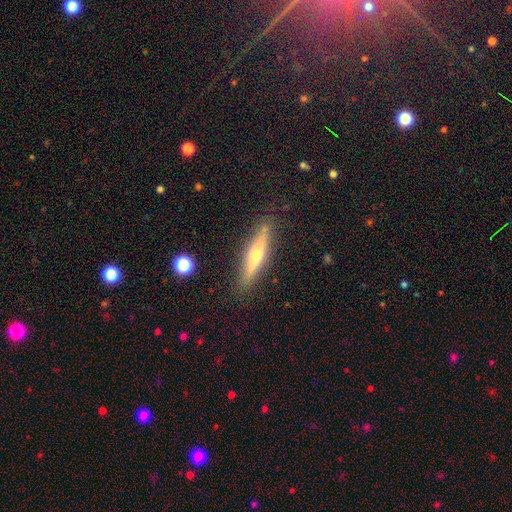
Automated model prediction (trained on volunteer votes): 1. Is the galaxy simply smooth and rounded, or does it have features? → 63% featured or disk, 30% smooth, 7% star or artifact.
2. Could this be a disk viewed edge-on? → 96% yes, 4% no.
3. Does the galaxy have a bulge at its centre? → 83% rounded, 12% none, 5% boxy.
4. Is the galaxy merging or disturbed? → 88% none, 8% minor disturbance, 2% major disturbance, 1% merger.